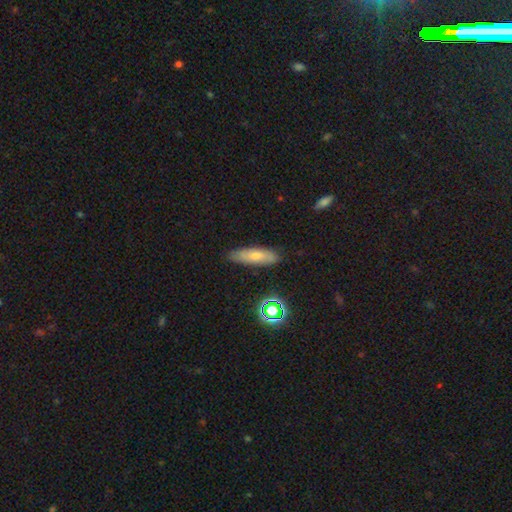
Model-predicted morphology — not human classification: smooth 66%, featured or disk 24%, star or artifact 10%. Down the decision tree: how rounded — cigar-shaped (59%); merging — none (84%).